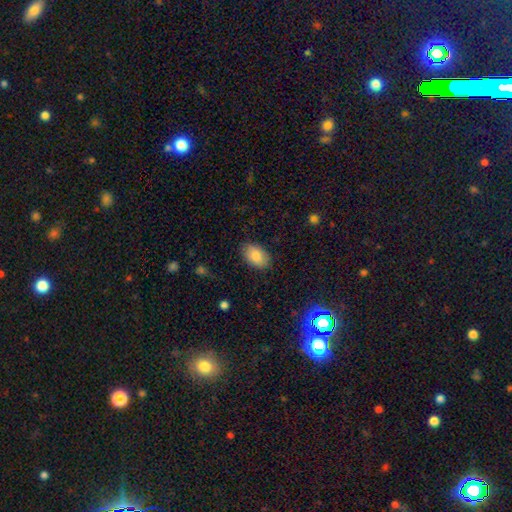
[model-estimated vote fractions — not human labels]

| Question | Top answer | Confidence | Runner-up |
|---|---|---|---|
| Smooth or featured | smooth | 84% | featured or disk (9%) |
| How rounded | in between | 92% | round (7%) |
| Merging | none | 85% | minor disturbance (11%) |